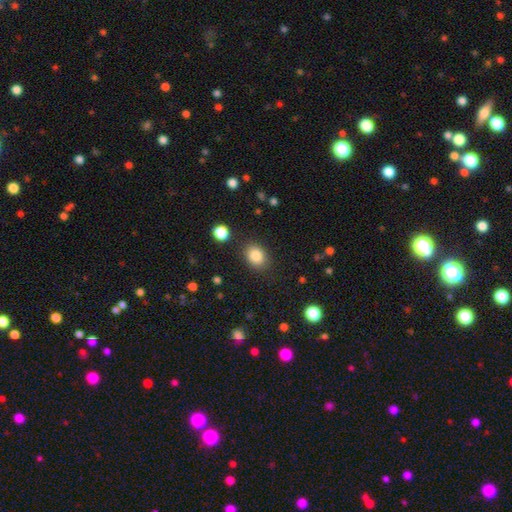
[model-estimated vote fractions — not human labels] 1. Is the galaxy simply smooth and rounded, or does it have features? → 85% smooth, 9% star or artifact, 6% featured or disk.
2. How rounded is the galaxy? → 59% in between, 40% round, 1% cigar-shaped.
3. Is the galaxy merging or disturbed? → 85% none, 9% minor disturbance, 3% major disturbance, 2% merger.